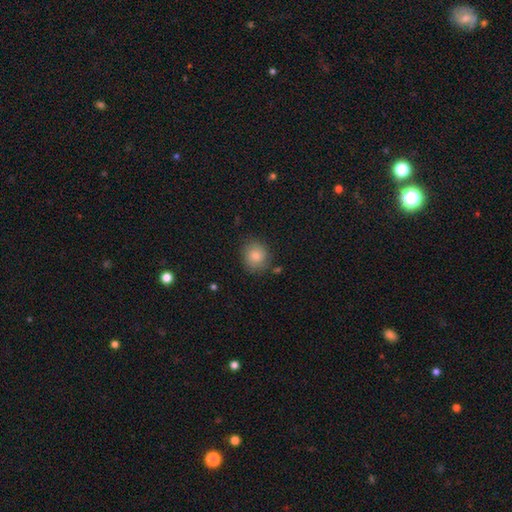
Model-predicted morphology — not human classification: Smooth or featured?
  - smooth: 82% *
  - featured or disk: 10%
  - star or artifact: 8%
How rounded?
  - round: 82% *
  - in between: 17%
  - cigar-shaped: 1%
Merging?
  - none: 79% *
  - minor disturbance: 15%
  - major disturbance: 4%
  - merger: 3%